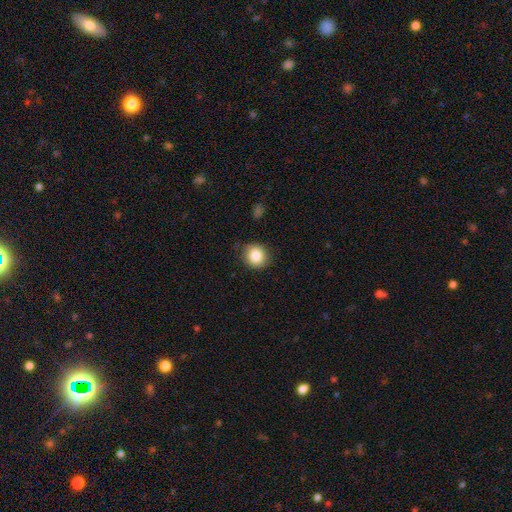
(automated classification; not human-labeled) Smooth or featured?
  - smooth: 85% *
  - star or artifact: 9%
  - featured or disk: 6%
How rounded?
  - round: 84% *
  - in between: 15%
  - cigar-shaped: 1%
Merging?
  - none: 83% *
  - minor disturbance: 13%
  - major disturbance: 3%
  - merger: 1%